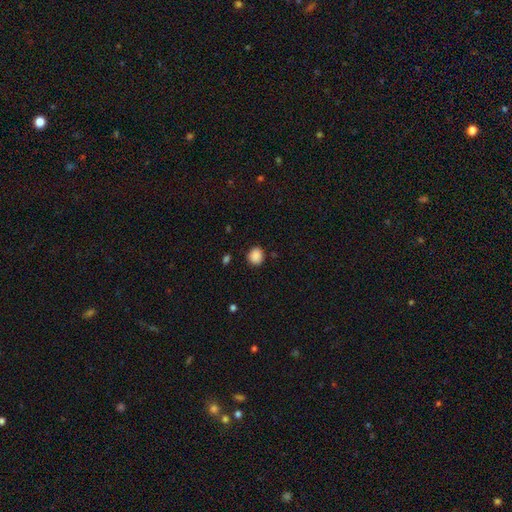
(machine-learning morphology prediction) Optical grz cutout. It shows a smooth galaxy with no disk features (88%) that is round (81%). Merging: none (85%).